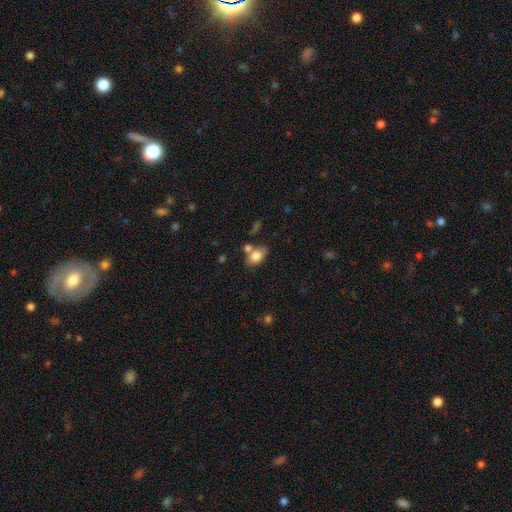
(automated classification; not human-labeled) Smooth or featured: smooth — 79% (featured or disk — 13%)
How rounded: in between — 86% (round — 12%)
Merging: none — 59% (merger — 22%)